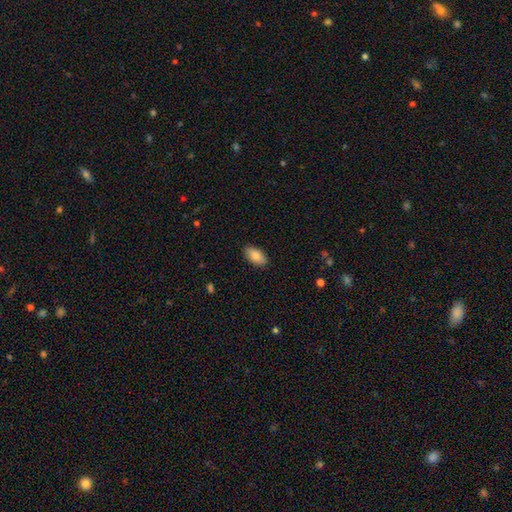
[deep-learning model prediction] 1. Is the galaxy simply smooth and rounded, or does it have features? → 86% smooth, 7% featured or disk, 7% star or artifact.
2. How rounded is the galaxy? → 93% in between, 4% cigar-shaped, 3% round.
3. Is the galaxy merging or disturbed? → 89% none, 8% minor disturbance, 2% major disturbance, 1% merger.